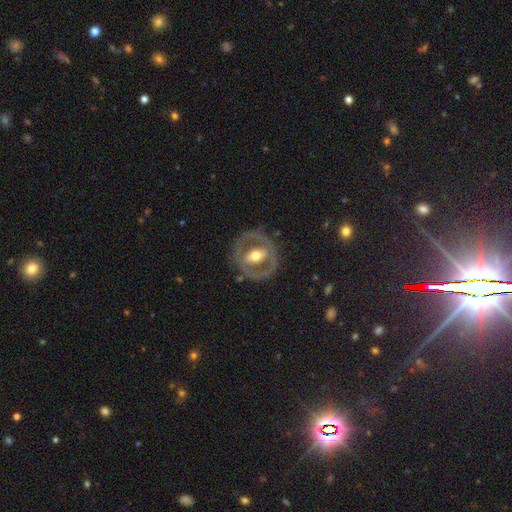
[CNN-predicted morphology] The model was most divided on "bar": strong: 36%, no: 33%, weak: 31%. More confident: edge-on disk — no (93%); merging — none (74%); bulge size — moderate (71%); smooth or featured — featured or disk (71%); spiral arms — no (68%).